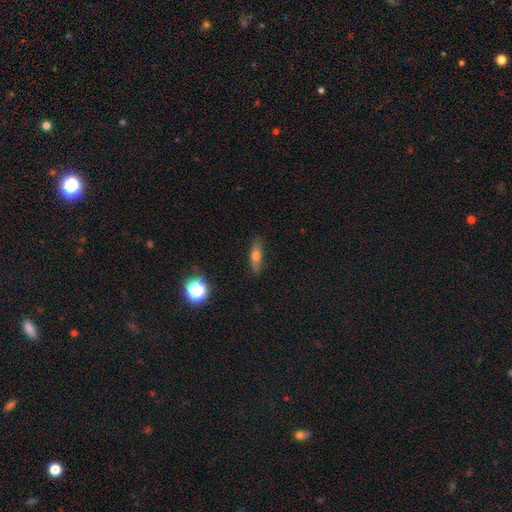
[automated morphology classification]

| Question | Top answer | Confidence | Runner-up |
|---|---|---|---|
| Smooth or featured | smooth | 63% | featured or disk (27%) |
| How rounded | cigar-shaped | 48% | in between (45%) |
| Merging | none | 82% | minor disturbance (13%) |